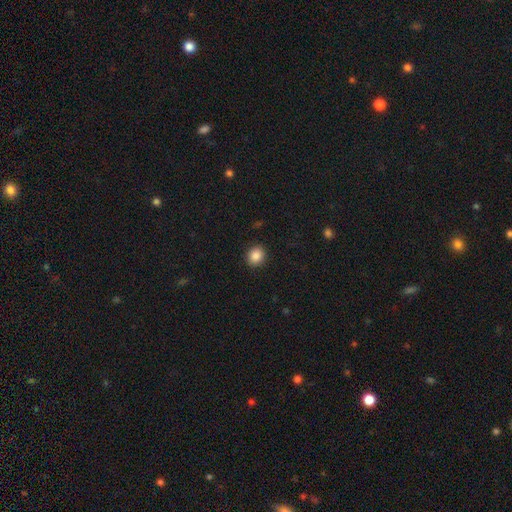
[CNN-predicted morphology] smooth_or_featured: smooth (p=0.87) [alt: star or artifact p=0.09]
how_rounded: round (p=0.73) [alt: in between p=0.26]
merging: none (p=0.91) [alt: minor disturbance p=0.06]